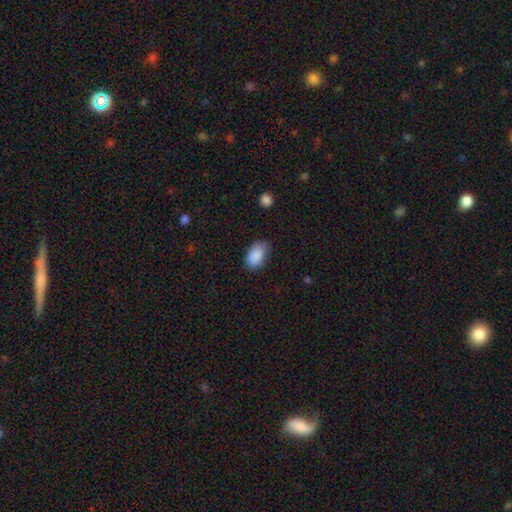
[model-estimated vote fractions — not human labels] Morphology: type=smooth (88%); roundness=in between (91%); merging=none (66%).